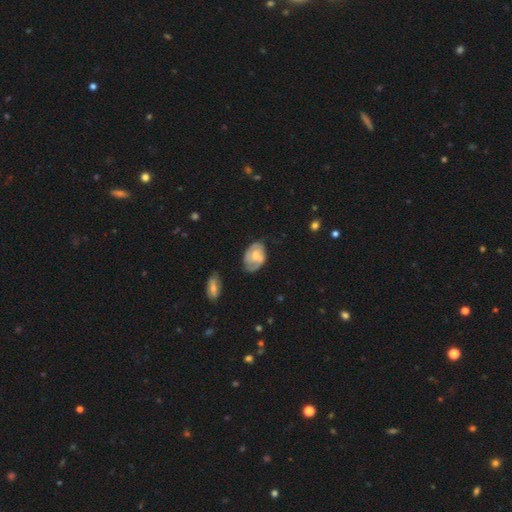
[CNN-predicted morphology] Smooth or featured: featured or disk — 54% (smooth — 39%)
Edge-on disk: no — 96% (yes — 4%)
Bar: no — 72% (weak — 24%)
Spiral arms: yes — 66% (no — 34%)
Bulge size: moderate — 51% (small — 37%)
Merging: none — 51% (minor disturbance — 33%)